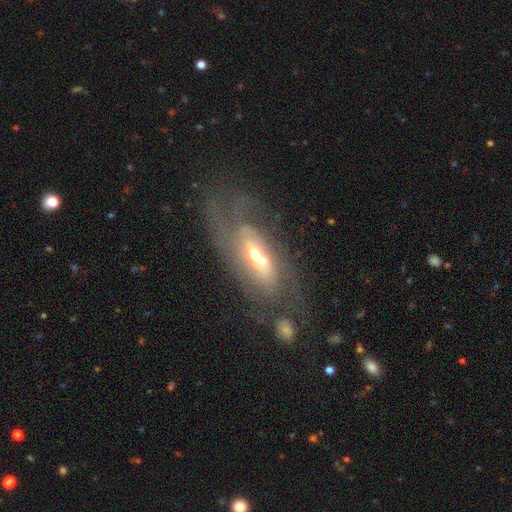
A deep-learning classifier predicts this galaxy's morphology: Smooth or featured: featured or disk — 67% (smooth — 25%)
Edge-on disk: no — 85% (yes — 15%)
Bar: no — 67% (weak — 23%)
Spiral arms: yes — 51% (no — 49%)
Bulge size: moderate — 62% (small — 26%)
Merging: merger — 35% (none — 28%)